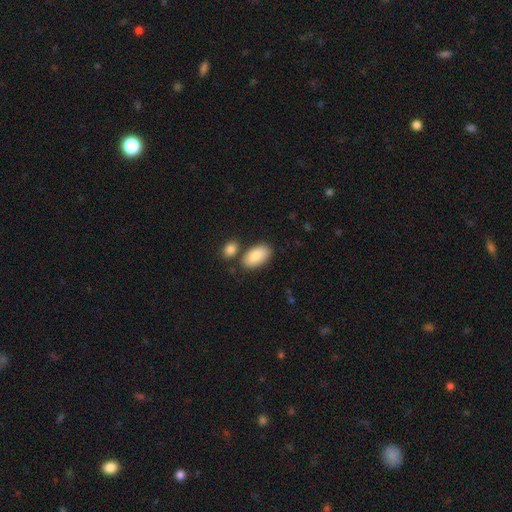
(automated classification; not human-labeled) Smooth or featured? smooth (87%)
How rounded? in between (95%)
Merging? none (71%)